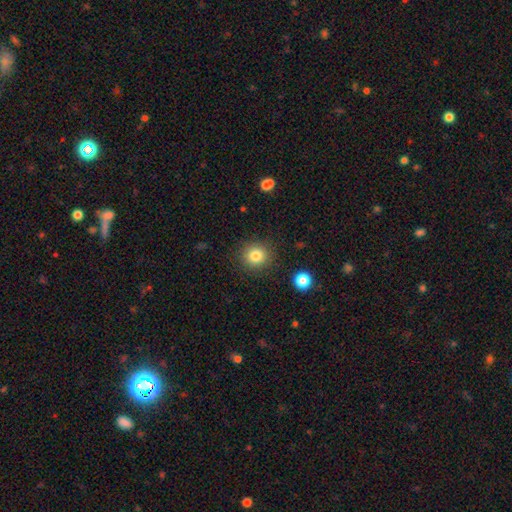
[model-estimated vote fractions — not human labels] smooth-or-featured: smooth: 82% | star or artifact: 11% | featured or disk: 6%
  how-rounded: round: 87% | in between: 12% | cigar-shaped: 1%
  merging: none: 88% | minor disturbance: 7% | major disturbance: 3% | merger: 2%